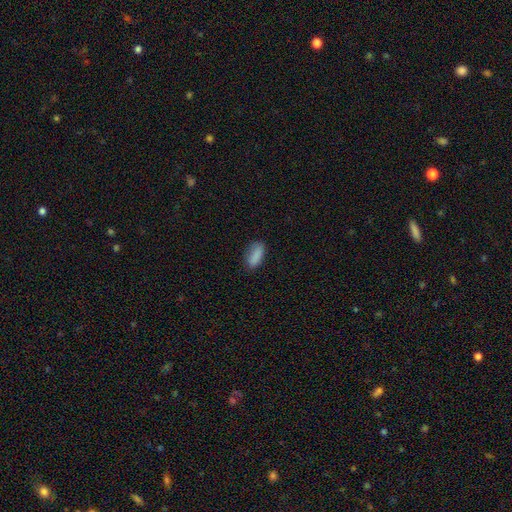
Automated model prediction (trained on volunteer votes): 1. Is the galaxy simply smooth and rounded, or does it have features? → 86% smooth, 8% star or artifact, 5% featured or disk.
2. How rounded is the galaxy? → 81% in between, 16% cigar-shaped, 3% round.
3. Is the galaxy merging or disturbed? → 77% none, 17% minor disturbance, 4% major disturbance, 2% merger.